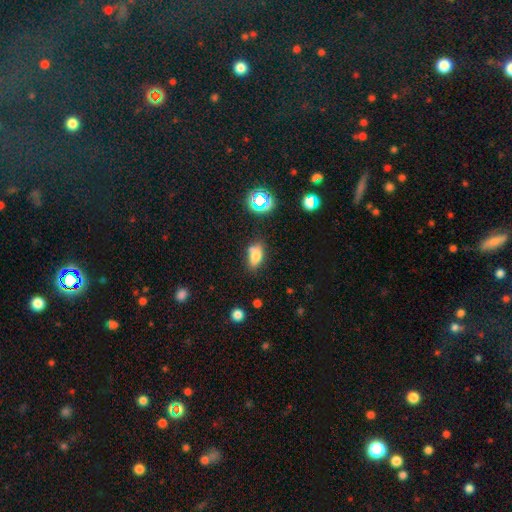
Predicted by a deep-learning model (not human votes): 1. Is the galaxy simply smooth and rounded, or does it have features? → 73% smooth, 14% star or artifact, 13% featured or disk.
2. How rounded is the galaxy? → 82% in between, 9% round, 8% cigar-shaped.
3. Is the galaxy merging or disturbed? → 60% none, 18% minor disturbance, 17% merger, 5% major disturbance.